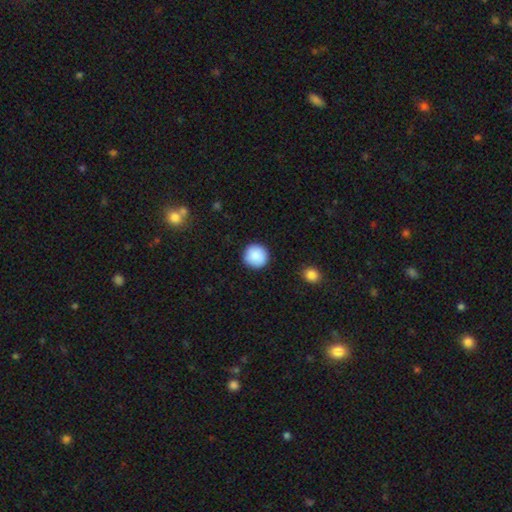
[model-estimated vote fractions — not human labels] The model was most divided on "smooth or featured": smooth: 89%, star or artifact: 7%, featured or disk: 3%. More confident: how rounded — round (96%); merging — none (91%).